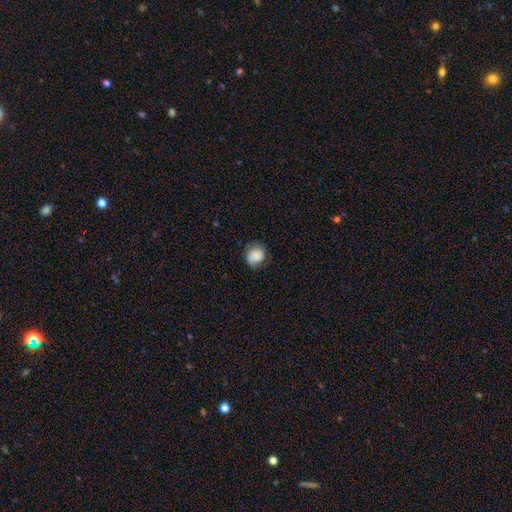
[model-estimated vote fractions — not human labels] Smooth or featured: smooth — 77% (featured or disk — 14%)
How rounded: round — 74% (in between — 26%)
Merging: none — 64% (minor disturbance — 26%)